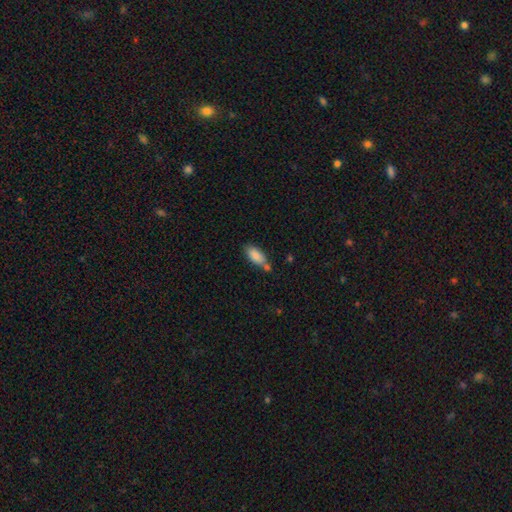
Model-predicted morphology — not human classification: The model was most divided on "merging": none: 50%, merger: 26%, minor disturbance: 20%, major disturbance: 5%. More confident: how rounded — in between (86%); smooth or featured — smooth (85%).